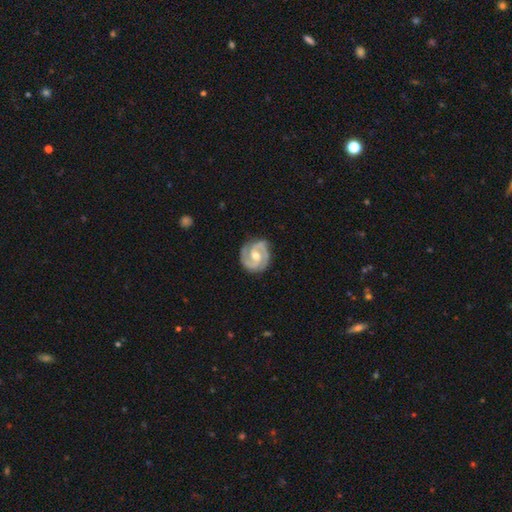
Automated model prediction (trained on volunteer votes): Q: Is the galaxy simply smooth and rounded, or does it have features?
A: featured or disk — 91%.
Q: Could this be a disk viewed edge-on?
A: no — 98%.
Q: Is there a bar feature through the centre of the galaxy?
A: weak — 44%.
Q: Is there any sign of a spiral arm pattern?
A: yes — 98%.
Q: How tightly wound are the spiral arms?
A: tight — 54%.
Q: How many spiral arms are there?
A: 2 — 84%.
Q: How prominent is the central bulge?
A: moderate — 68%.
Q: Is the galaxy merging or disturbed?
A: none — 82%.